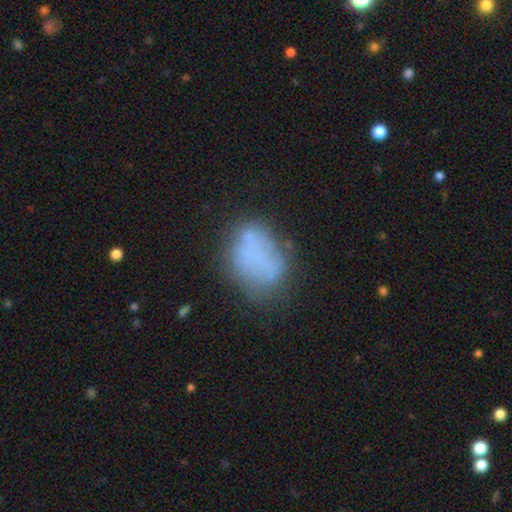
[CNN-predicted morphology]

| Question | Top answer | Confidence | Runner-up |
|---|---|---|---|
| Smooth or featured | smooth | 56% | featured or disk (30%) |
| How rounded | in between | 68% | round (30%) |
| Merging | none | 47% | minor disturbance (25%) |